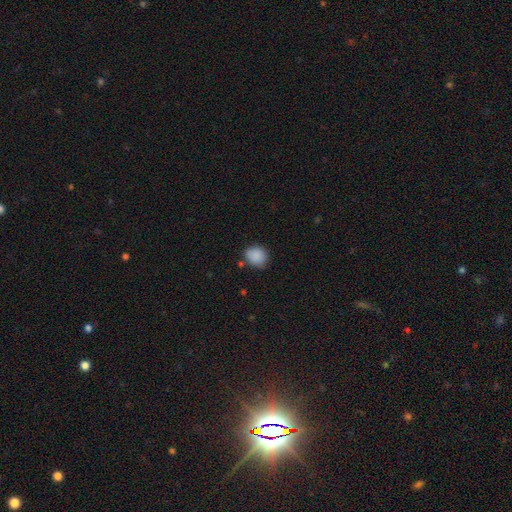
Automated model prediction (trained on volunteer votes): smooth_or_featured: smooth (p=0.88) [alt: star or artifact p=0.08]
how_rounded: round (p=0.69) [alt: in between p=0.30]
merging: none (p=0.77) [alt: minor disturbance p=0.16]